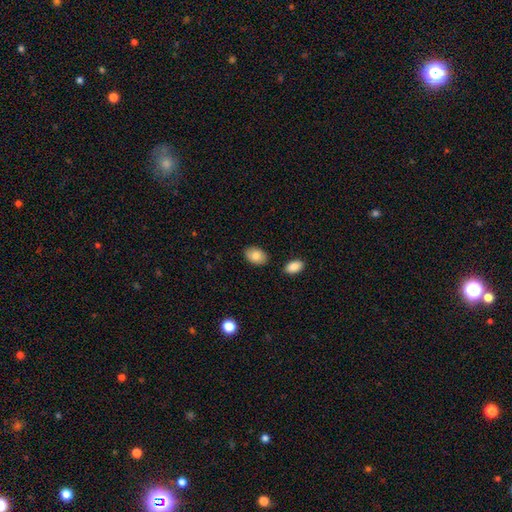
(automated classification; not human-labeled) This is clearly a smooth galaxy (85%). How rounded: clearly in between (87%). Merging: clearly none (85%).